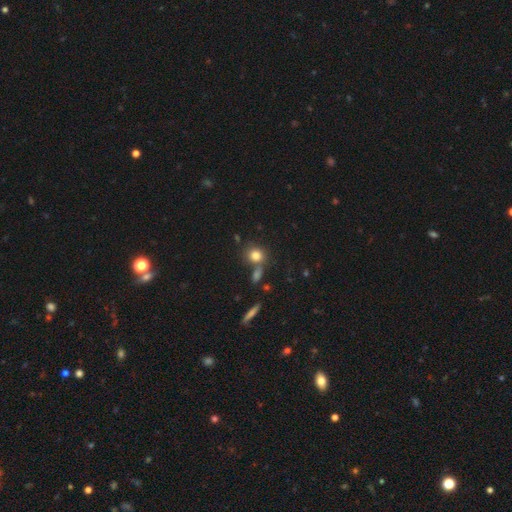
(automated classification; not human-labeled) Smooth or featured? Predicted: smooth (p=0.81). How rounded? Predicted: round (p=0.74). Merging? Predicted: none (p=0.63).